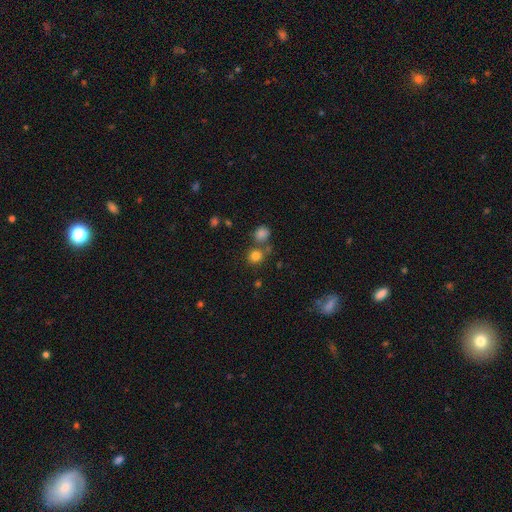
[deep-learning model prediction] A smooth galaxy with no disk features (79%) that is round (87%). Merging: none (66%).